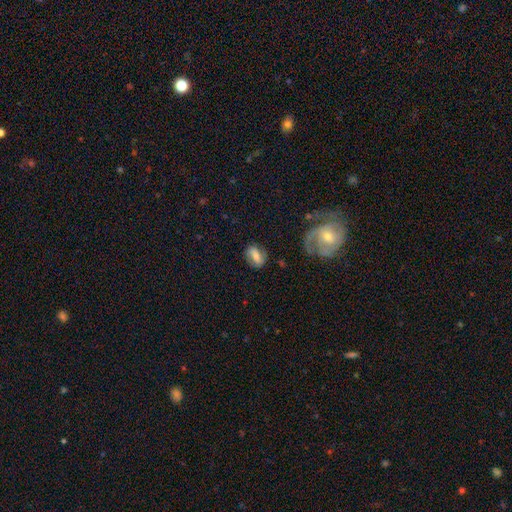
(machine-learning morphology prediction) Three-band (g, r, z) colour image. It shows a smooth galaxy with no disk features (55%) that is in between round and cigar-shaped (75%). Merging: none (73%).